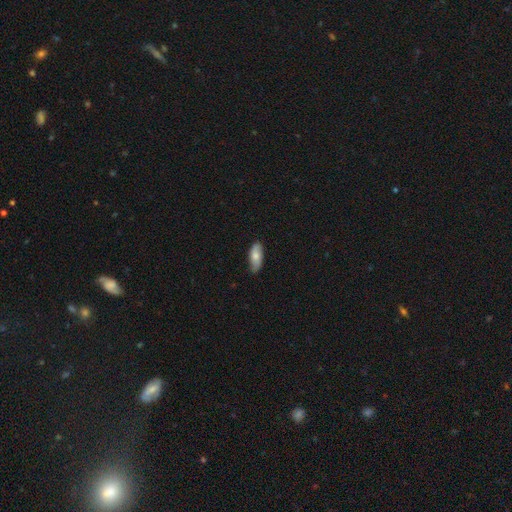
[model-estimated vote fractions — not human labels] Overall: smooth (70%). How rounded: in between (82%). Merging: none (79%).